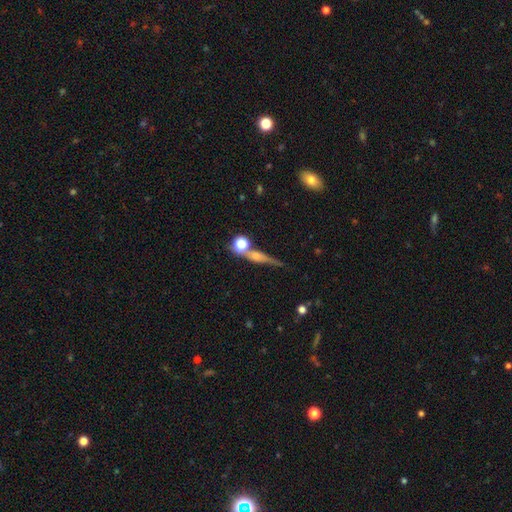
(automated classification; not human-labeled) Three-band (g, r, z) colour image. It shows a featured or disk galaxy (48%). Merging: none (56%).